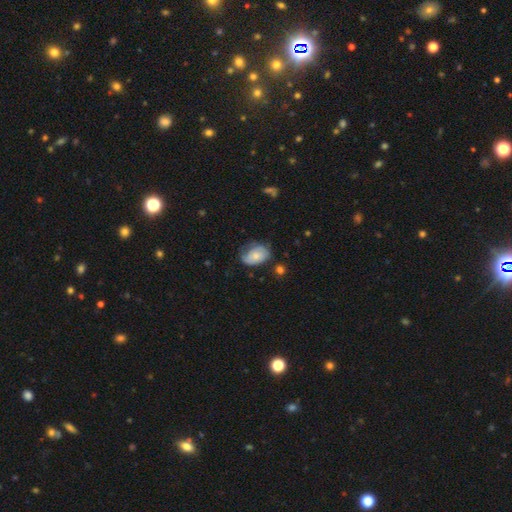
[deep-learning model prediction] A smooth galaxy with no disk features (64%) that is in between round and cigar-shaped (83%).

Vote fractions:
- Smooth or featured? smooth: 64% / featured or disk: 29% / star or artifact: 7%
- How rounded? in between: 83% / round: 16% / cigar-shaped: 1%
- Merging? none: 48% / minor disturbance: 36% / major disturbance: 13% / merger: 3%